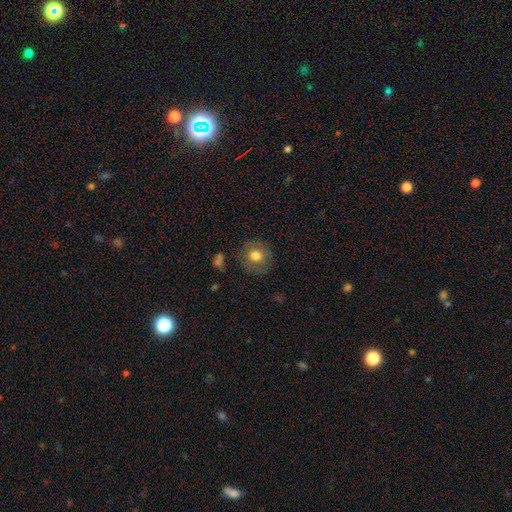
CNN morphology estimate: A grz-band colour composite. It shows a smooth galaxy with no disk features (73%) that is round (89%). Merging: none (84%).